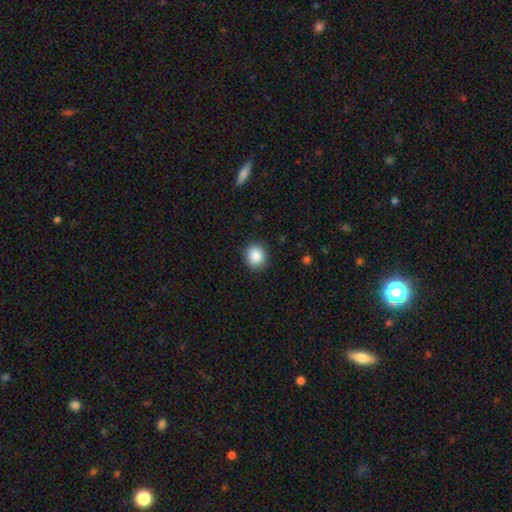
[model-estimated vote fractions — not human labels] A smooth galaxy with no disk features (88%) that is round (76%). Merging: none (89%).